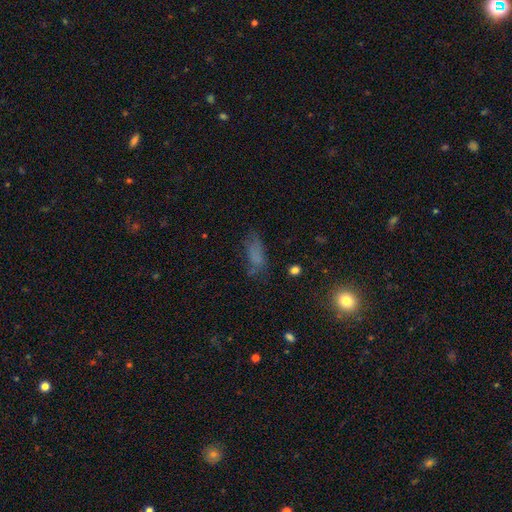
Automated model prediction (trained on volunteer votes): Q: Smooth or featured?
A: smooth (64%); runner-up: featured or disk (18%)
Q: How rounded?
A: in between (76%); runner-up: cigar-shaped (19%)
Q: Merging?
A: none (51%); runner-up: minor disturbance (26%)